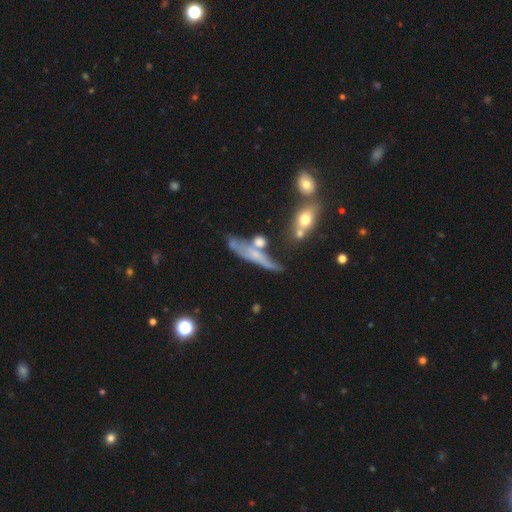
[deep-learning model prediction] Q: Smooth or featured?
A: featured or disk (53%); runner-up: smooth (37%)
Q: Edge-on disk?
A: yes (69%); runner-up: no (31%)
Q: Merging?
A: none (45%); runner-up: minor disturbance (24%)